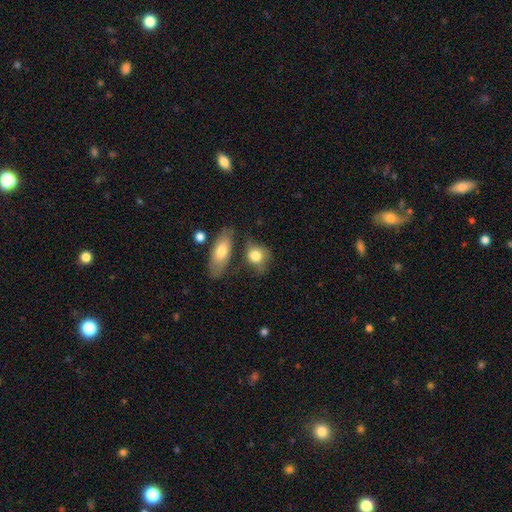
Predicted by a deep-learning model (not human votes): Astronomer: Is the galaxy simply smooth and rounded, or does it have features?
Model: smooth — 79%.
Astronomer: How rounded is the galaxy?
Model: in between — 49% (runner-up: round, 48%).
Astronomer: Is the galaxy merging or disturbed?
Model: none — 52%.